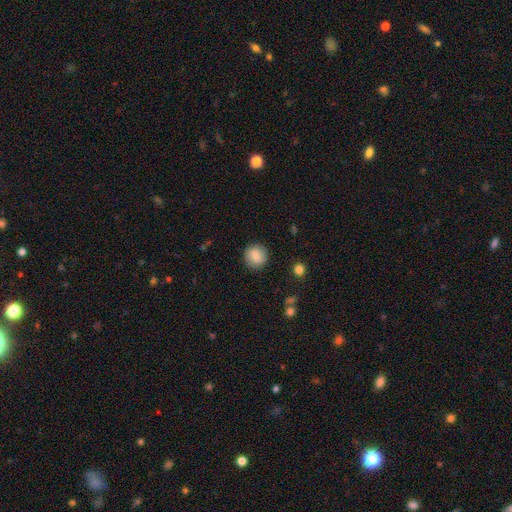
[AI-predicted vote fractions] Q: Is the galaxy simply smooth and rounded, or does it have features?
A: smooth — 82%.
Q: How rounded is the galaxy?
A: round — 92%.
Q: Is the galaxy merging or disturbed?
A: none — 89%.